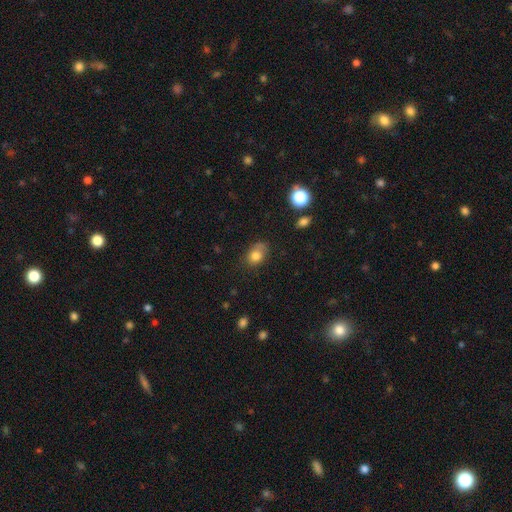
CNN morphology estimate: The model was most divided on "how rounded": in between: 61%, round: 38%, cigar-shaped: 1%. More confident: smooth or featured — smooth (80%); merging — none (56%).